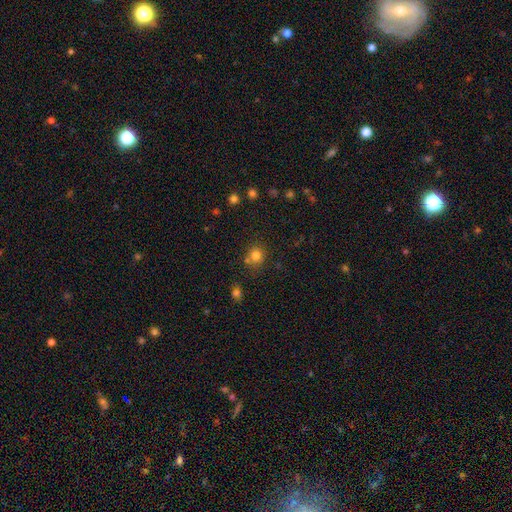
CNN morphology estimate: smooth-or-featured: smooth: 78% | star or artifact: 15% | featured or disk: 7%
  how-rounded: round: 86% | in between: 13% | cigar-shaped: 1%
  merging: none: 66% | merger: 20% | minor disturbance: 10% | major disturbance: 4%